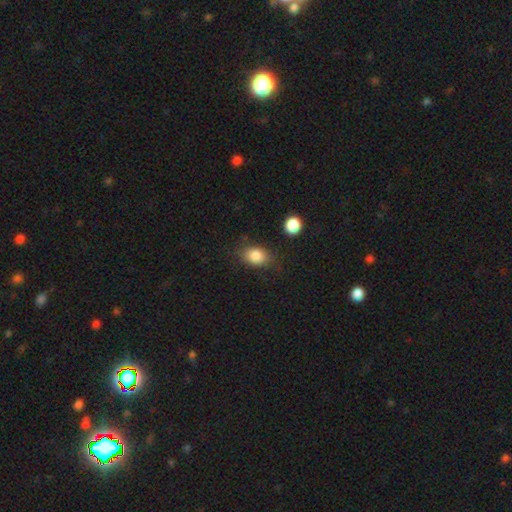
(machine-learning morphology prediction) type=smooth (84%); roundness=in between (69%); merging=none (73%).